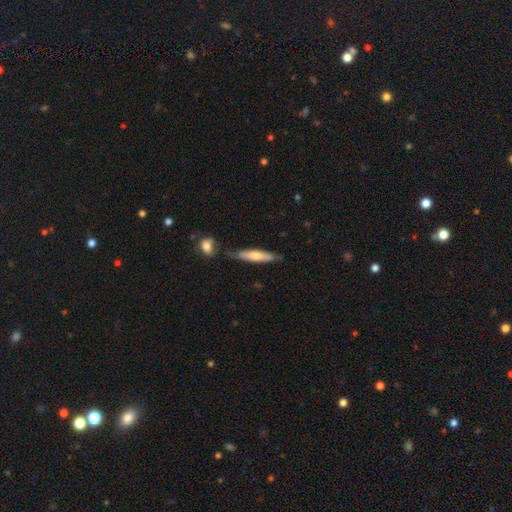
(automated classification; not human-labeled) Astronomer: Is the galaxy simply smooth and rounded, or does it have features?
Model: smooth — 67%.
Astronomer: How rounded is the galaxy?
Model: cigar-shaped — 80%.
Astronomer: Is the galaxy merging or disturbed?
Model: none — 67%.